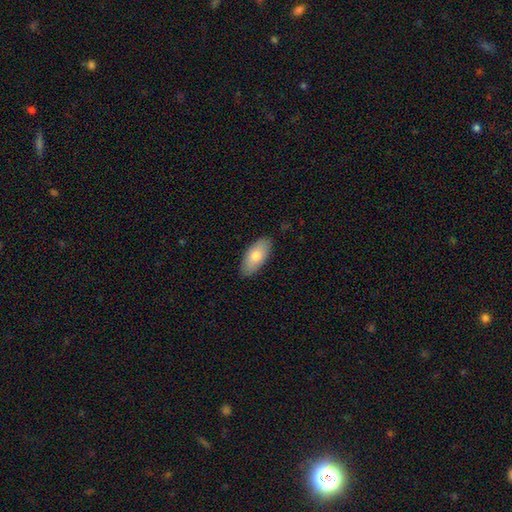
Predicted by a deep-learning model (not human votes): smooth_or_featured: smooth (p=0.78) [alt: featured or disk p=0.17]
how_rounded: in between (p=0.91) [alt: cigar-shaped p=0.07]
merging: none (p=0.86) [alt: minor disturbance p=0.11]